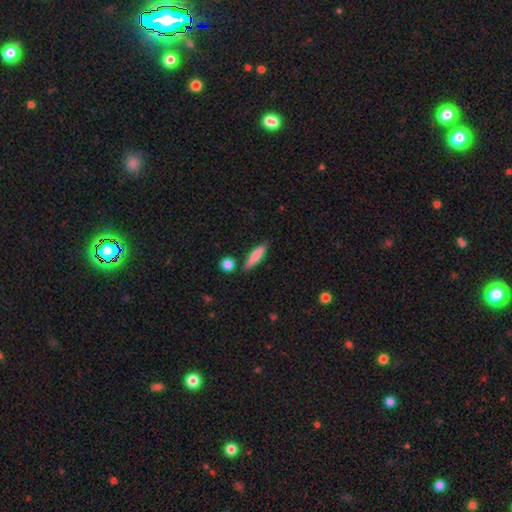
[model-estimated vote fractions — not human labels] A smooth galaxy with no disk features (81%) that is cigar-shaped (77%). Merging: none (82%).